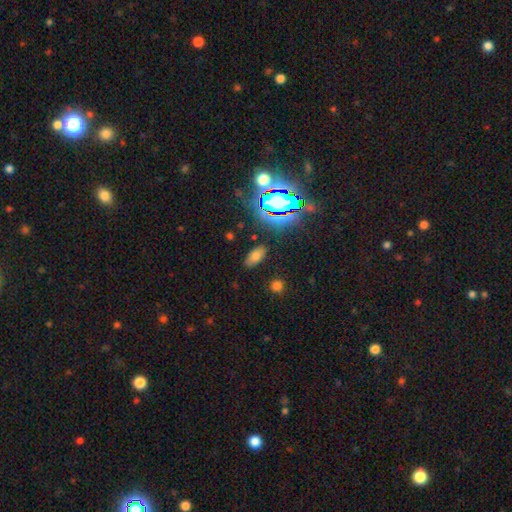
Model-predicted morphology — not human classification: Smooth or featured: smooth — 68% (star or artifact — 22%)
How rounded: in between — 90% (round — 6%)
Merging: none — 84% (minor disturbance — 11%)